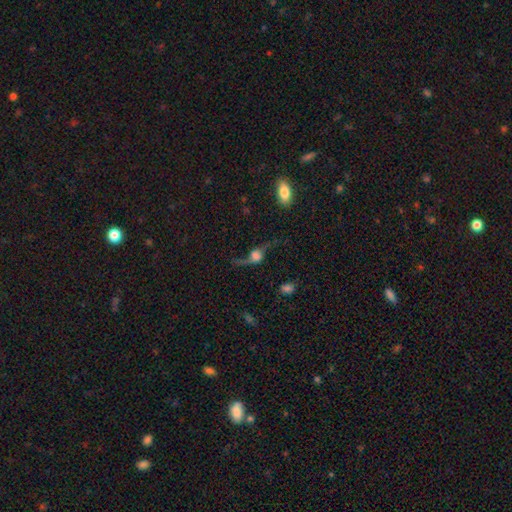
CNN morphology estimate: Q: Smooth or featured?
A: featured or disk (66%); runner-up: smooth (20%)
Q: Edge-on disk?
A: no (72%); runner-up: yes (28%)
Q: Merging?
A: none (53%); runner-up: major disturbance (24%)